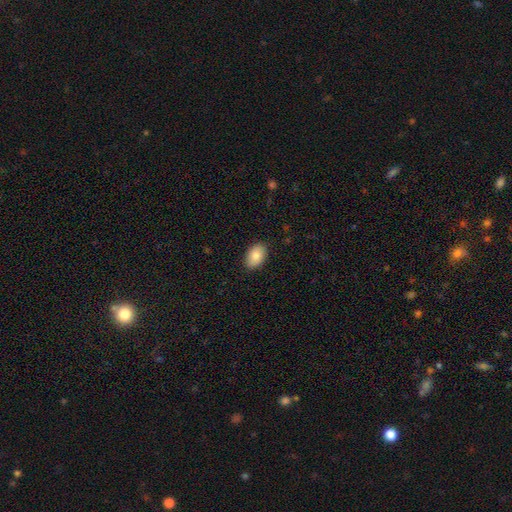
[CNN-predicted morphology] type=smooth (82%); roundness=in between (88%); merging=none (88%).